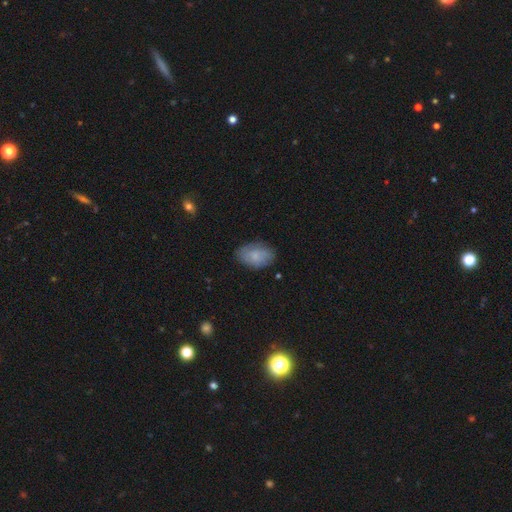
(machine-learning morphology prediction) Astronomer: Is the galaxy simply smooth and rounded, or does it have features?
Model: smooth — 78%.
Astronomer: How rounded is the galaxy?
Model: in between — 90%.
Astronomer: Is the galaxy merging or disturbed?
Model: none — 78%.